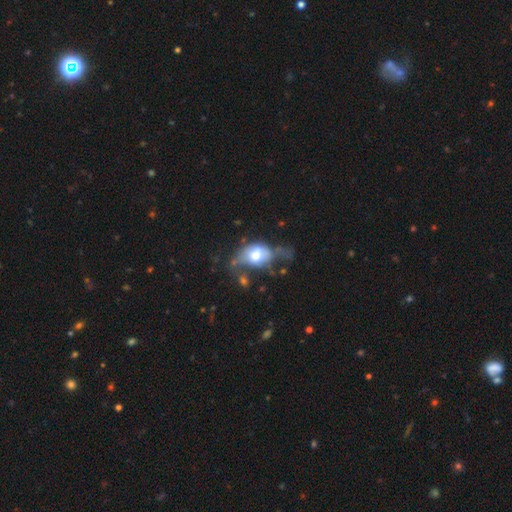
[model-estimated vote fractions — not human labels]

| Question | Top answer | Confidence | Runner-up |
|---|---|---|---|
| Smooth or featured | smooth | 54% | featured or disk (37%) |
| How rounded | in between | 73% | round (24%) |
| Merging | major disturbance | 39% | minor disturbance (24%) |